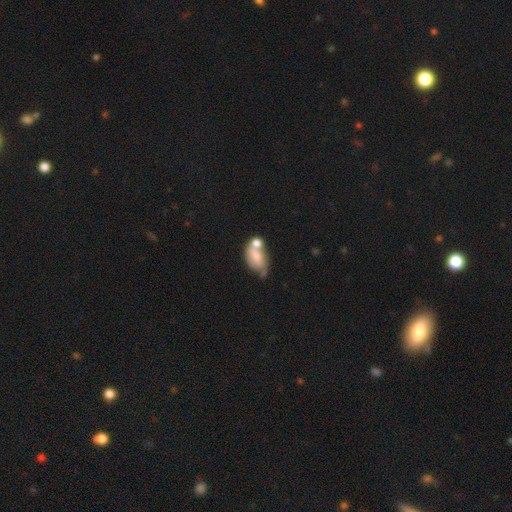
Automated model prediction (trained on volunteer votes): The model was most divided on "merging": merger: 46%, none: 23%, minor disturbance: 19%, major disturbance: 12%. More confident: how rounded — in between (89%); smooth or featured — smooth (64%).